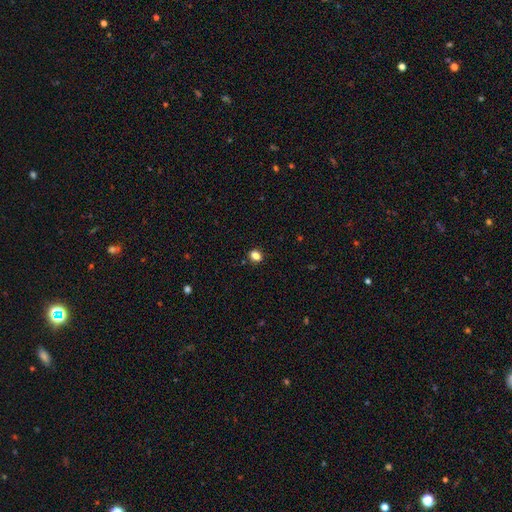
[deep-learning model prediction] Q: Smooth or featured?
A: smooth (82%); runner-up: star or artifact (13%)
Q: How rounded?
A: round (59%); runner-up: in between (40%)
Q: Merging?
A: none (89%); runner-up: minor disturbance (8%)